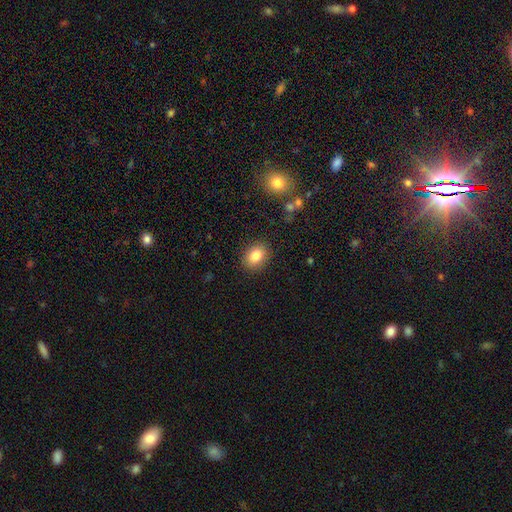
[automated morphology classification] Smooth or featured?
  - smooth: 82% *
  - star or artifact: 9%
  - featured or disk: 8%
How rounded?
  - in between: 63% *
  - round: 36%
  - cigar-shaped: 1%
Merging?
  - none: 88% *
  - minor disturbance: 8%
  - major disturbance: 2%
  - merger: 1%